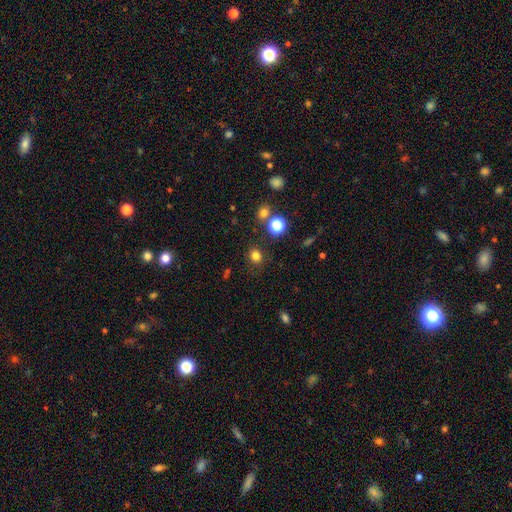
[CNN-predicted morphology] Q: Smooth or featured?
A: smooth (78%); runner-up: star or artifact (16%)
Q: How rounded?
A: round (78%); runner-up: in between (21%)
Q: Merging?
A: none (84%); runner-up: minor disturbance (9%)